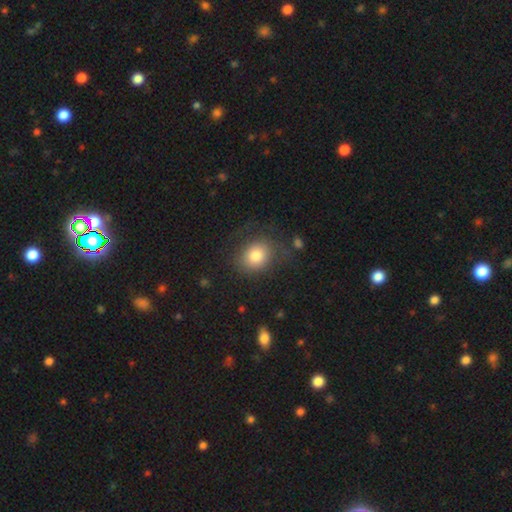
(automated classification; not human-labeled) Smooth or featured? smooth (78%)
How rounded? round (61%)
Merging? none (68%)